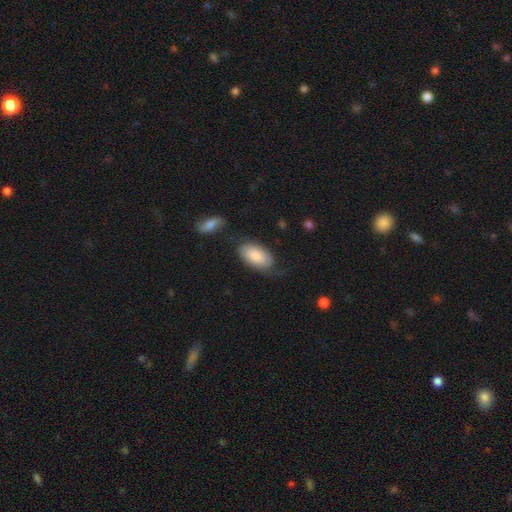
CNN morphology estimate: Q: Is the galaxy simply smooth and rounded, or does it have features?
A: smooth — 80%.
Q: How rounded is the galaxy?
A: in between — 94%.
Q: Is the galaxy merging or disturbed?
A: none — 65%.